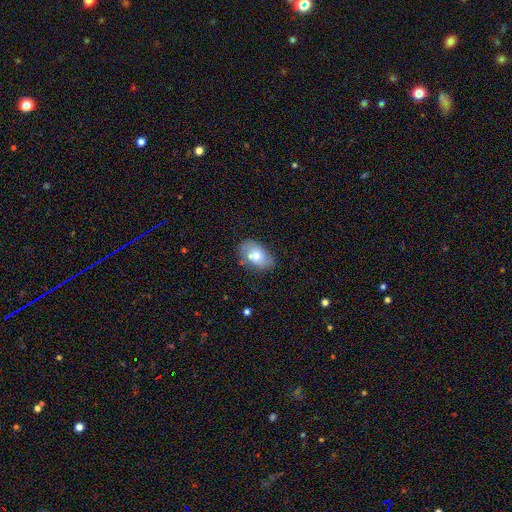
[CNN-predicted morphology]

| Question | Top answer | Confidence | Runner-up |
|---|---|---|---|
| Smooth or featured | smooth | 65% | featured or disk (28%) |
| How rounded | in between | 88% | round (10%) |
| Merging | none | 60% | minor disturbance (23%) |